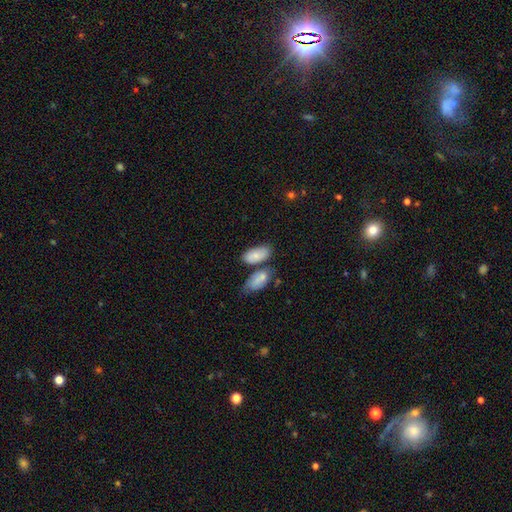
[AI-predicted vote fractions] A smooth galaxy with no disk features (79%) that is in between round and cigar-shaped (91%).

Vote fractions:
- Smooth or featured? smooth: 79% / featured or disk: 14% / star or artifact: 6%
- How rounded? in between: 91% / cigar-shaped: 5% / round: 3%
- Merging? none: 49% / merger: 30% / minor disturbance: 16% / major disturbance: 5%